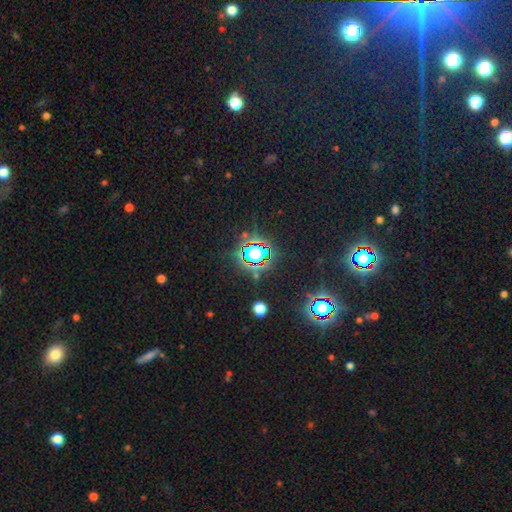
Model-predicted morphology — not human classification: smooth_or_featured: star or artifact (p=0.77) [alt: smooth p=0.14]